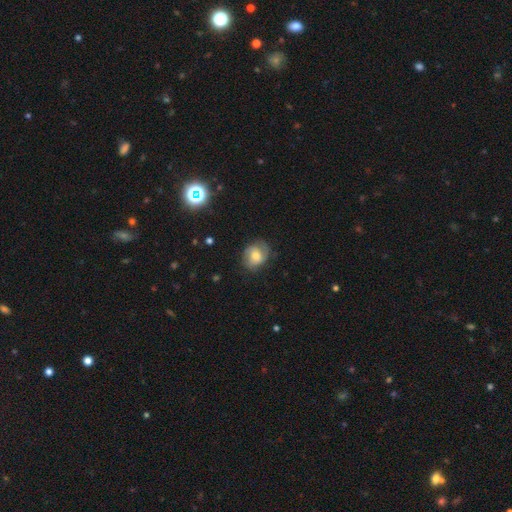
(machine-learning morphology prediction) Smooth or featured? Predicted: smooth (p=0.48). Merging? Predicted: none (p=0.68).